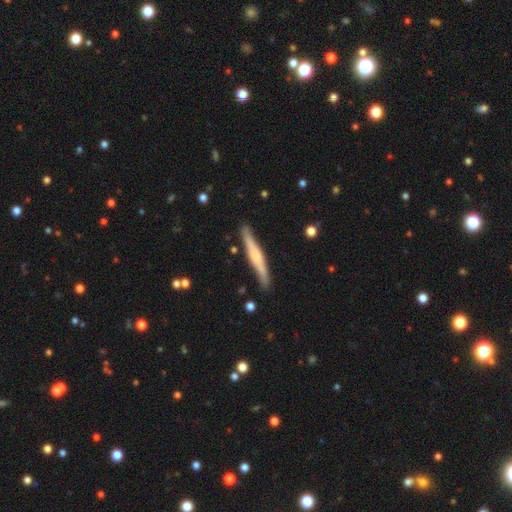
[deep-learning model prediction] Overall: featured or disk (58%; smooth 37%). Edge-on disk: yes (95%). Edge-on bulge: rounded (65%). Merging: none (86%).